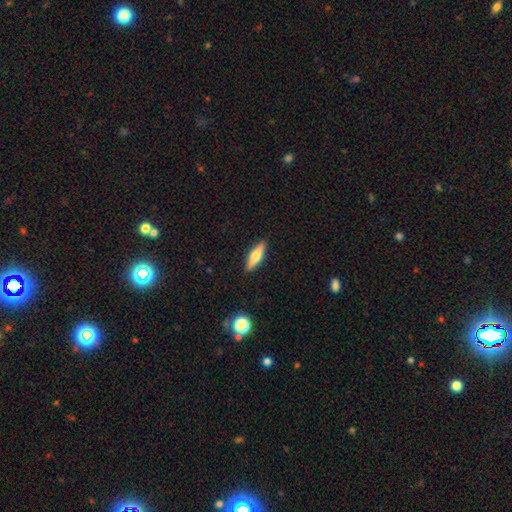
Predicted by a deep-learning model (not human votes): smooth_or_featured: smooth (p=0.51) [alt: featured or disk p=0.43]
how_rounded: cigar-shaped (p=0.64) [alt: in between p=0.33]
merging: none (p=0.90) [alt: minor disturbance p=0.07]